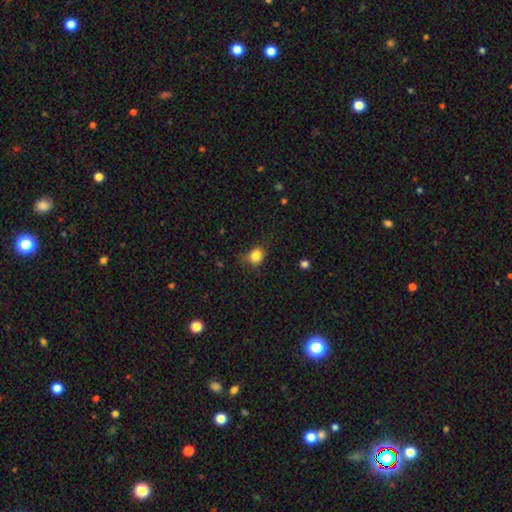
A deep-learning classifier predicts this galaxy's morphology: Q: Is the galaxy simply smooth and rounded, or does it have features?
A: smooth — 83%.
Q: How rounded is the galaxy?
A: round — 66%.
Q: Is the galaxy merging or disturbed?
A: none — 71%.